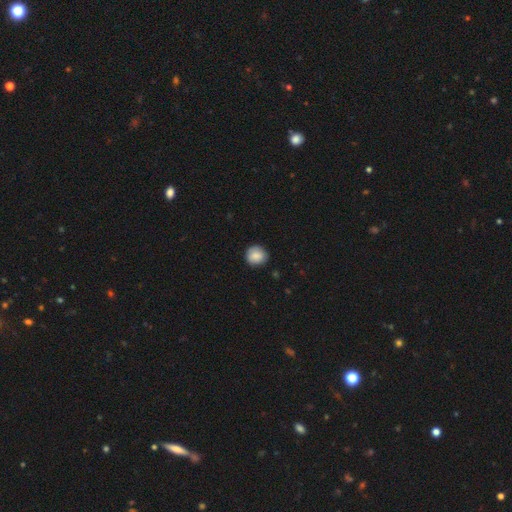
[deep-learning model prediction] smooth_or_featured: smooth (p=0.86) [alt: star or artifact p=0.08]
how_rounded: round (p=0.89) [alt: in between p=0.10]
merging: none (p=0.84) [alt: minor disturbance p=0.13]